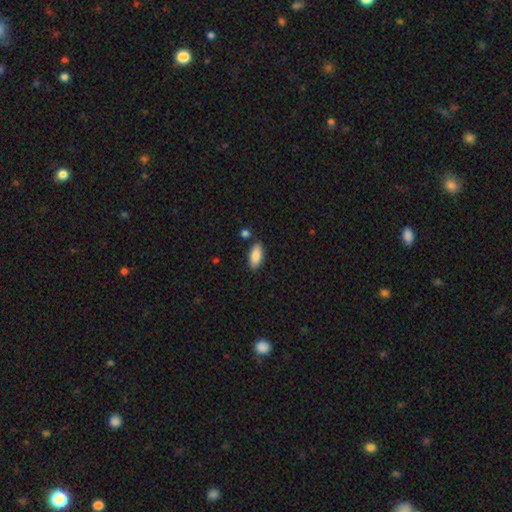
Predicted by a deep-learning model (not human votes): Morphology: type=smooth (87%); roundness=in between (85%); merging=none (85%).